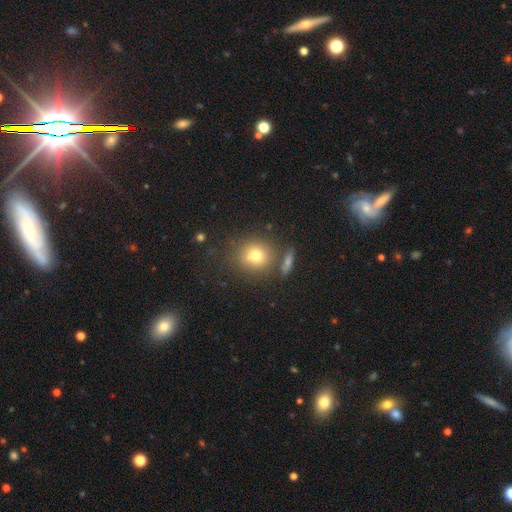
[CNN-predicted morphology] A smooth galaxy with no disk features (73%) that is round (84%).

Vote fractions:
- Smooth or featured? smooth: 73% / featured or disk: 14% / star or artifact: 13%
- How rounded? round: 84% / in between: 15% / cigar-shaped: 1%
- Merging? none: 70% / merger: 14% / minor disturbance: 11% / major disturbance: 4%